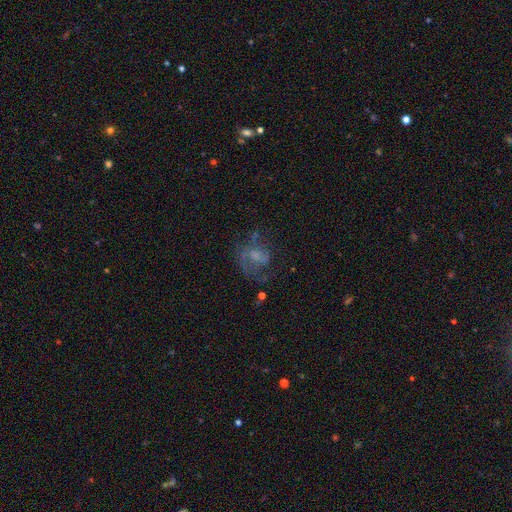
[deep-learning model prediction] featured or disk 56%, smooth 30%, star or artifact 14%. Down the decision tree: edge-on disk — no (97%); bar — no (57%); spiral arms — yes (63%); bulge size — none (35%); merging — none (40%).